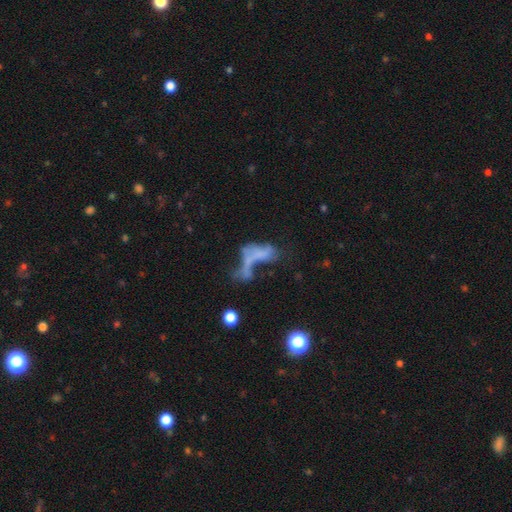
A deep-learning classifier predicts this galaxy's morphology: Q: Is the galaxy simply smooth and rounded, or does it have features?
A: featured or disk — 40%.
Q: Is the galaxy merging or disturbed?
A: merger — 40%.